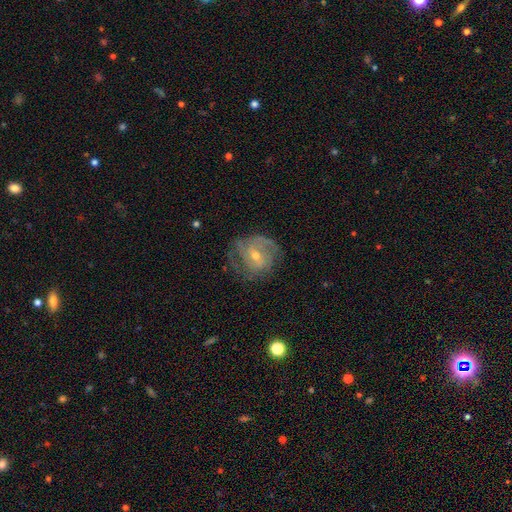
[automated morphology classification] Smooth or featured?
  - featured or disk: 80% *
  - smooth: 13%
  - star or artifact: 7%
Edge-on disk?
  - no: 97% *
  - yes: 3%
Bar?
  - weak: 48% *
  - no: 36%
  - strong: 16%
Spiral arms?
  - yes: 91% *
  - no: 9%
Spiral winding?
  - tight: 48% *
  - medium: 39%
  - loose: 13%
Spiral arm count?
  - 2: 39% *
  - can't tell: 29%
  - 3: 18%
  - 1: 6%
  - 4: 5%
  - more than 4: 4%
Bulge size?
  - small: 48% * (tied)
  - moderate: 48% * (tied)
  - large: 1%
  - none: 1%
  - dominant: 1%
Merging?
  - none: 67% *
  - minor disturbance: 20%
  - major disturbance: 12%
  - merger: 1%